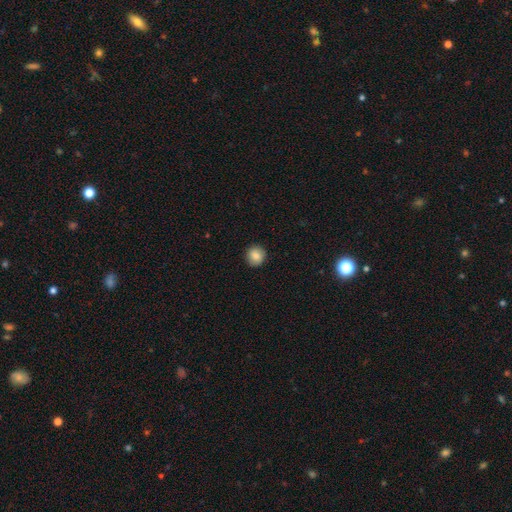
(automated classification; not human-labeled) Overall: smooth (86%). How rounded: round (91%). Merging: none (91%).